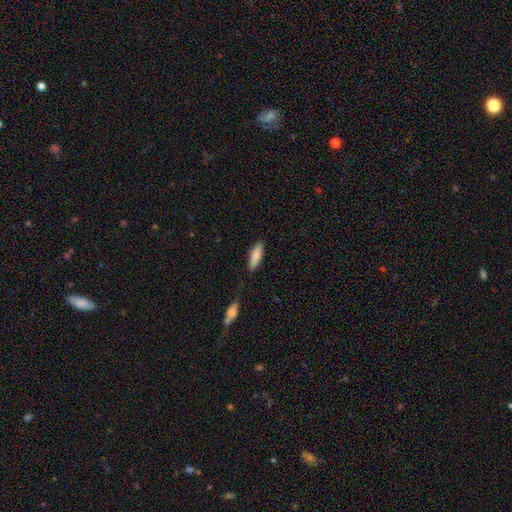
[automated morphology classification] smooth-or-featured: smooth: 84% | featured or disk: 10% | star or artifact: 6%
  how-rounded: cigar-shaped: 50% | in between: 48% | round: 2%
  merging: none: 80% | minor disturbance: 14% | merger: 3% | major disturbance: 3%